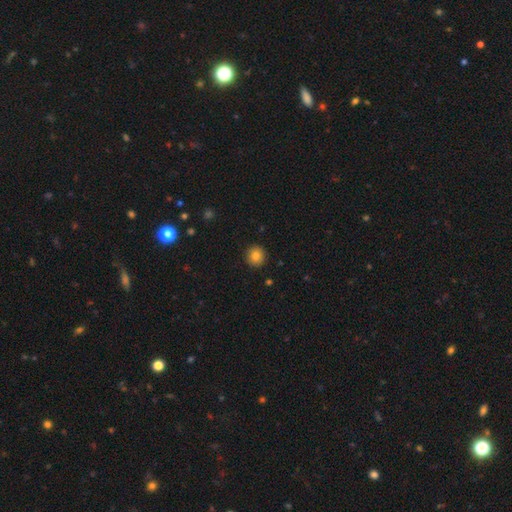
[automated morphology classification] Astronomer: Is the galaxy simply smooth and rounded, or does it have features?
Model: smooth — 83%.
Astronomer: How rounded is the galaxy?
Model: round — 94%.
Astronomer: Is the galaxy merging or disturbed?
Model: none — 92%.